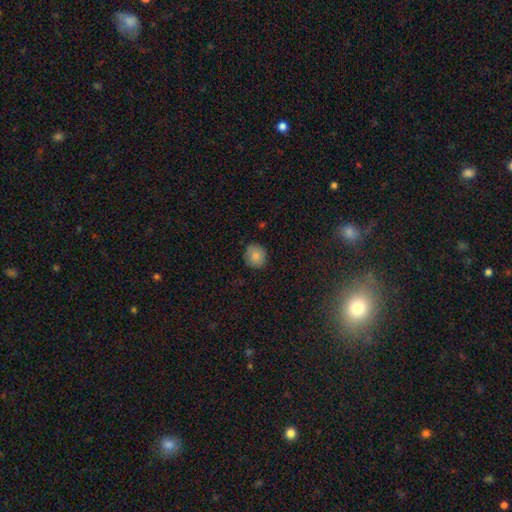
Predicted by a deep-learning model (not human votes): Smooth or featured? smooth (84%)
How rounded? round (87%)
Merging? none (85%)